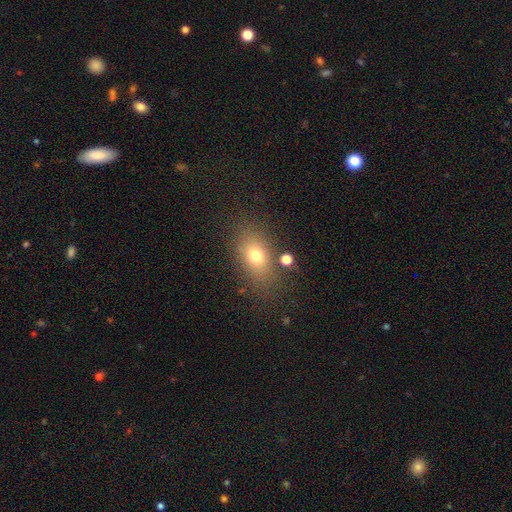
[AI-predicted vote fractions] Smooth or featured?
  - smooth: 72% *
  - featured or disk: 14%
  - star or artifact: 13%
How rounded?
  - in between: 75% *
  - round: 21%
  - cigar-shaped: 4%
Merging?
  - none: 77% *
  - minor disturbance: 13%
  - major disturbance: 6%
  - merger: 4%